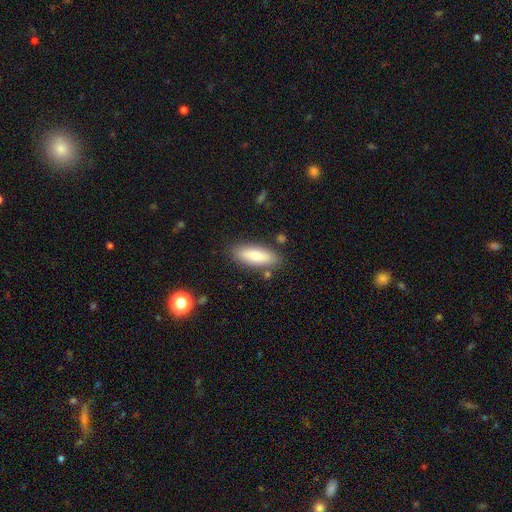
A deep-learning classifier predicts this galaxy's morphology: A smooth galaxy with no disk features (80%) that is in between round and cigar-shaped (66%).

Vote fractions:
- Smooth or featured? smooth: 80% / featured or disk: 14% / star or artifact: 6%
- How rounded? in between: 66% / cigar-shaped: 32% / round: 2%
- Merging? none: 82% / minor disturbance: 12% / merger: 3% / major disturbance: 3%